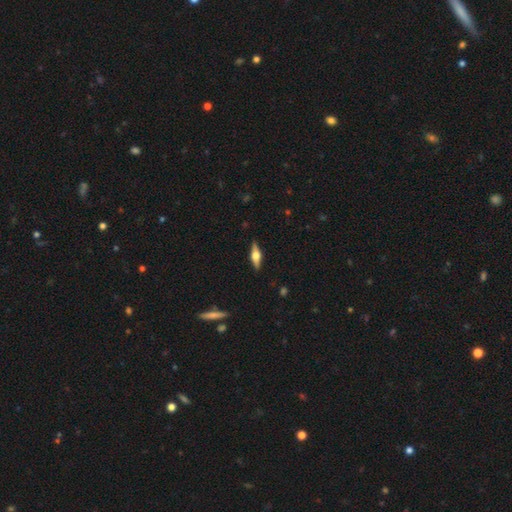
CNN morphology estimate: type=featured or disk (63%); edge-on=yes (96%); edge-on bulge=rounded (92%); merging=none (89%).